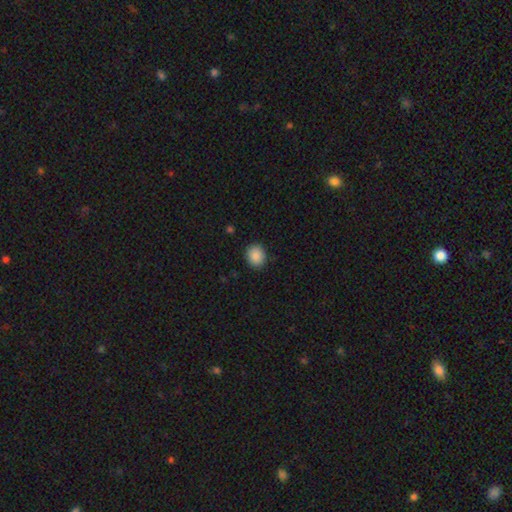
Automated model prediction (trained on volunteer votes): Overall: smooth (89%). How rounded: round (71%). Merging: none (89%).